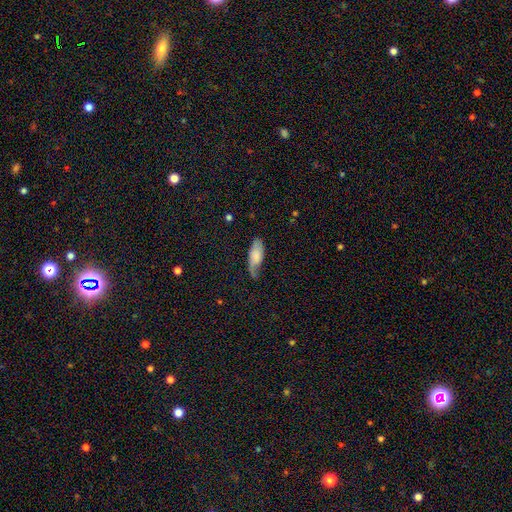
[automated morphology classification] A smooth galaxy with no disk features (68%) that is in between round and cigar-shaped (77%).

Vote fractions:
- Smooth or featured? smooth: 68% / featured or disk: 26% / star or artifact: 7%
- How rounded? in between: 77% / cigar-shaped: 21% / round: 2%
- Merging? none: 47% / minor disturbance: 35% / major disturbance: 15% / merger: 2%